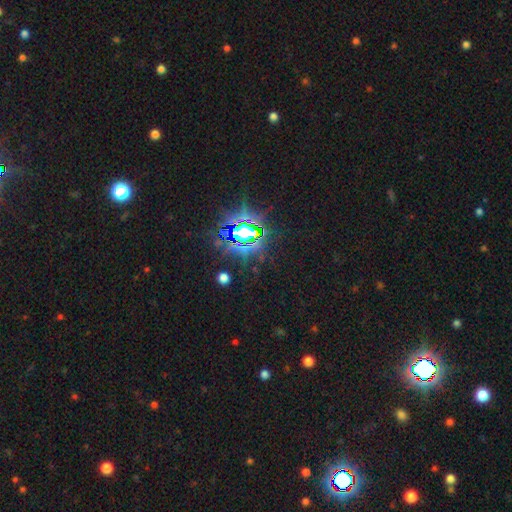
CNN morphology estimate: This appears to be a star or artifact, not a galaxy (83%).